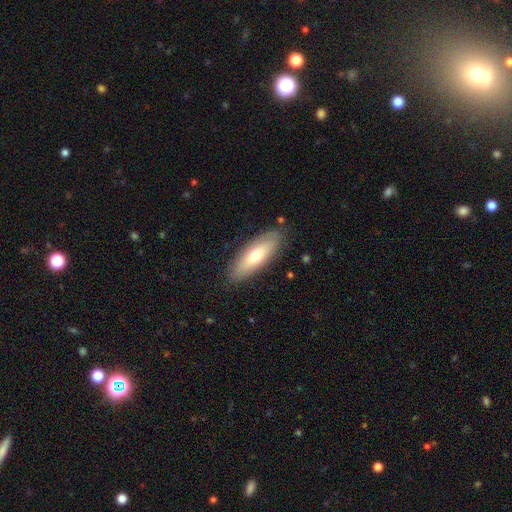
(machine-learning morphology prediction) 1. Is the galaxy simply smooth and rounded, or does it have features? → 62% smooth, 32% featured or disk, 6% star or artifact.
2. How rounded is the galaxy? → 60% in between, 38% cigar-shaped, 2% round.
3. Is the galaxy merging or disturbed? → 85% none, 11% minor disturbance, 3% major disturbance, 1% merger.